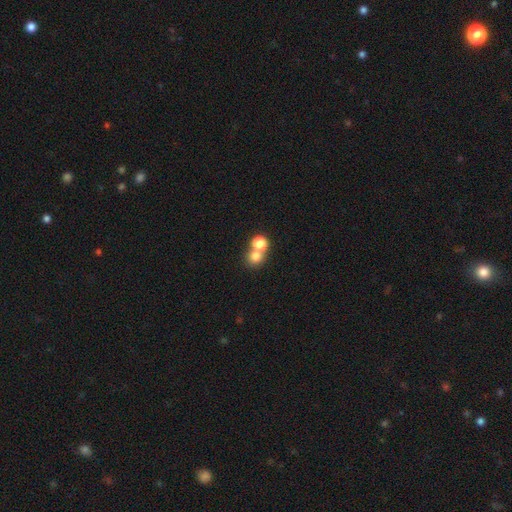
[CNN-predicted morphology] smooth-or-featured: smooth: 76% | star or artifact: 13% | featured or disk: 11%
  how-rounded: round: 84% | in between: 15% | cigar-shaped: 1%
  merging: merger: 51% | none: 41% | minor disturbance: 5% | major disturbance: 3%